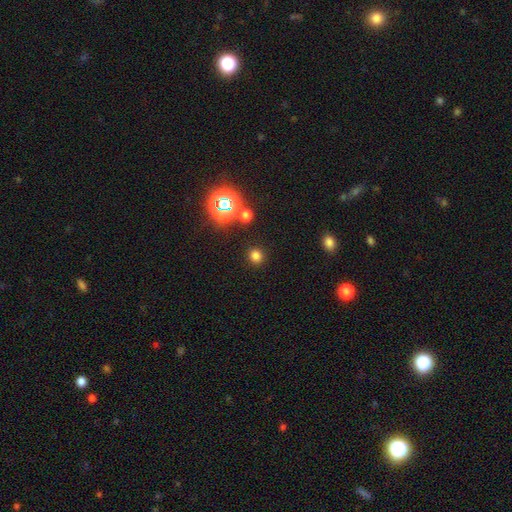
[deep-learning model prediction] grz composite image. It shows a smooth galaxy with no disk features (75%) that is round (87%). Merging: none (89%).